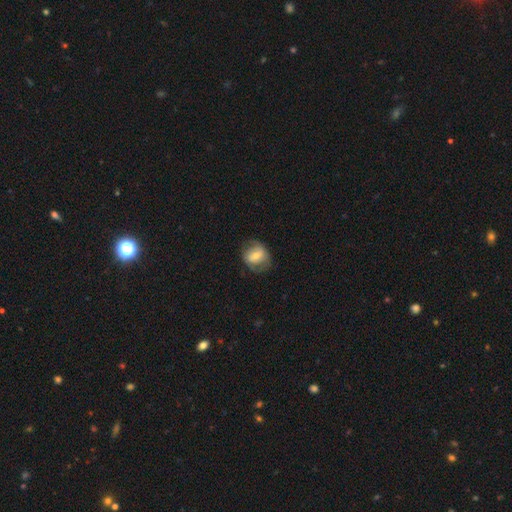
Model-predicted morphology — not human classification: type=smooth (49%); merging=none (67%).